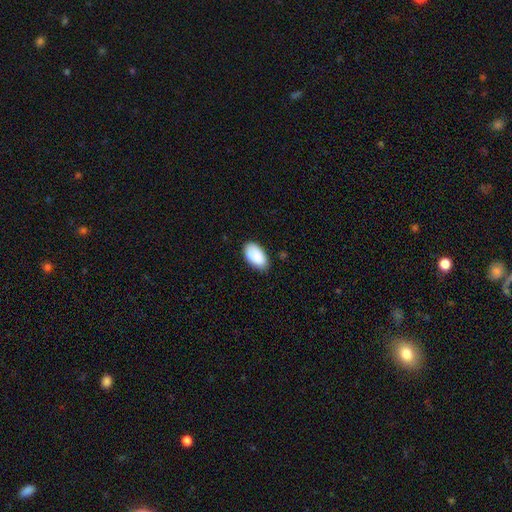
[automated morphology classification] Overall: smooth (88%). How rounded: in between (95%). Merging: none (77%).